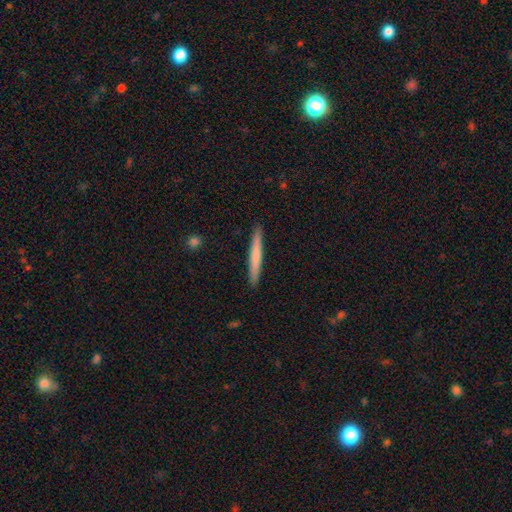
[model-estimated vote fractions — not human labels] Smooth or featured?
  - smooth: 66% *
  - featured or disk: 29%
  - star or artifact: 5%
How rounded?
  - cigar-shaped: 97% *
  - in between: 2%
  - round: 1%
Merging?
  - none: 92% *
  - minor disturbance: 6%
  - major disturbance: 1%
  - merger: 1%